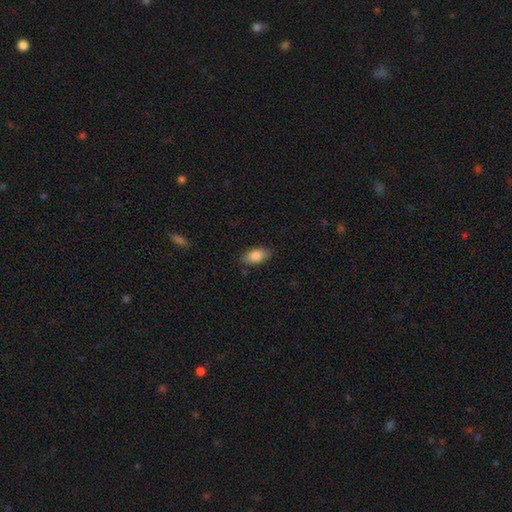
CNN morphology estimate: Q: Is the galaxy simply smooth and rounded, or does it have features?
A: smooth — 86%.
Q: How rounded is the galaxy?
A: in between — 92%.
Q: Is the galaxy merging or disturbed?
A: none — 83%.